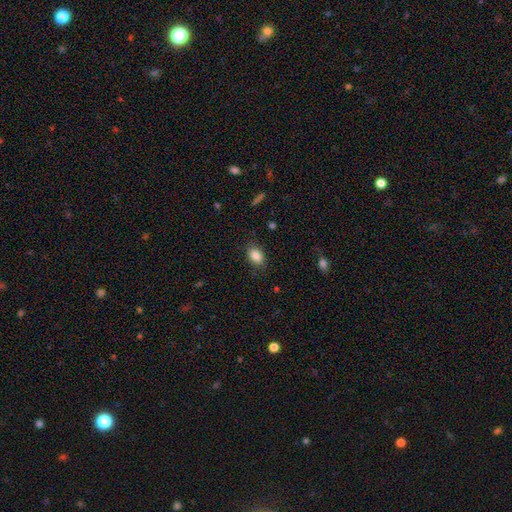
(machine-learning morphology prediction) Overall: smooth (86%). How rounded: in between (81%). Merging: none (84%).